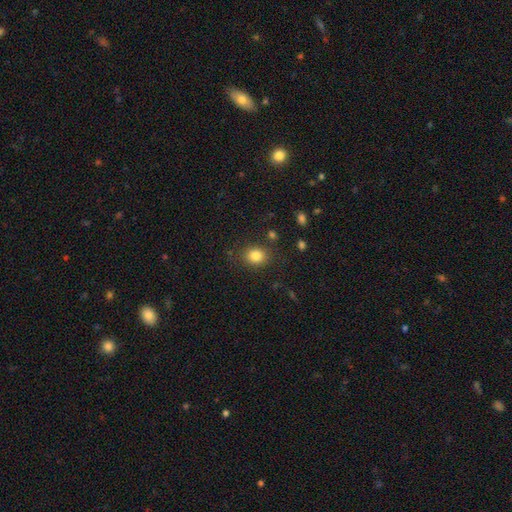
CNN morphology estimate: The model was most divided on "how rounded": round: 60%, in between: 39%, cigar-shaped: 1%. More confident: merging — none (83%); smooth or featured — smooth (83%).